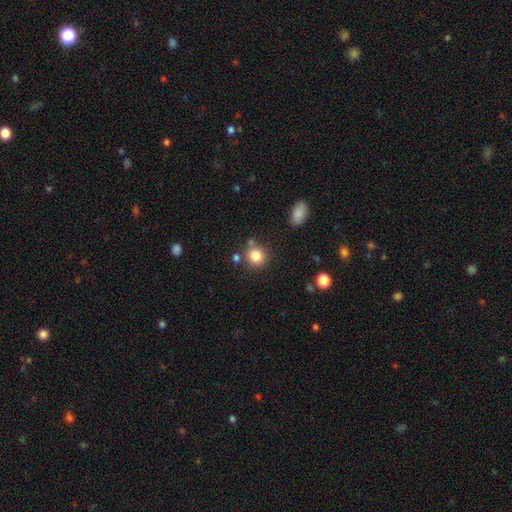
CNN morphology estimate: Smooth or featured? smooth (84%)
How rounded? round (85%)
Merging? none (74%)